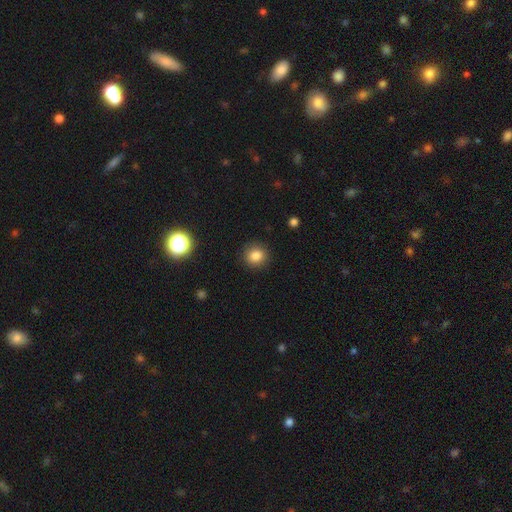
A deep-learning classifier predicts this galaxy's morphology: smooth_or_featured: smooth (p=0.83) [alt: star or artifact p=0.12]
how_rounded: round (p=0.86) [alt: in between p=0.13]
merging: none (p=0.90) [alt: minor disturbance p=0.07]